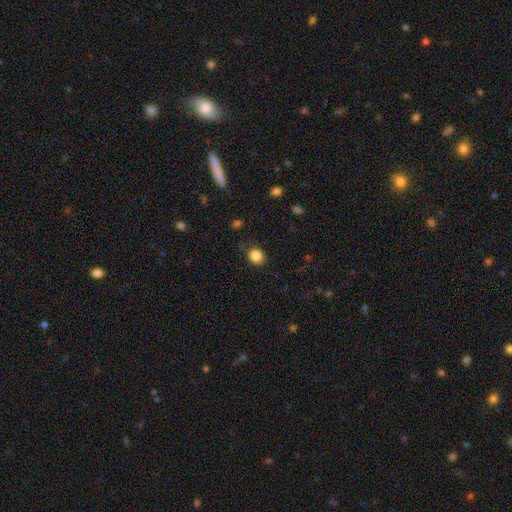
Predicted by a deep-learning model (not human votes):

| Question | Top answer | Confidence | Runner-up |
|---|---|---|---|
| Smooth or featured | smooth | 85% | star or artifact (11%) |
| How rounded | round | 67% | in between (32%) |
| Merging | none | 79% | minor disturbance (15%) |